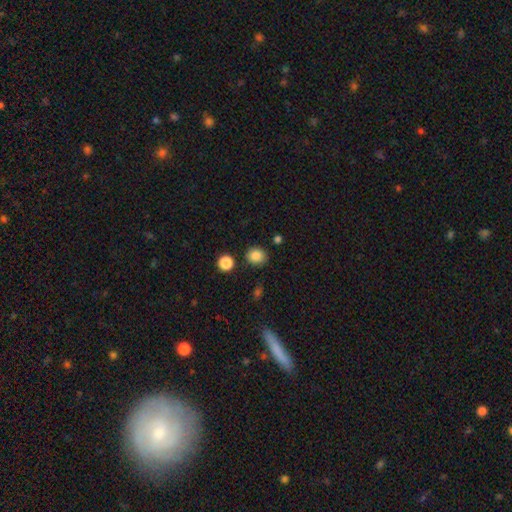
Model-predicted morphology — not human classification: The model was most divided on "how rounded": round: 76%, in between: 23%, cigar-shaped: 1%. More confident: merging — none (86%); smooth or featured — smooth (85%).